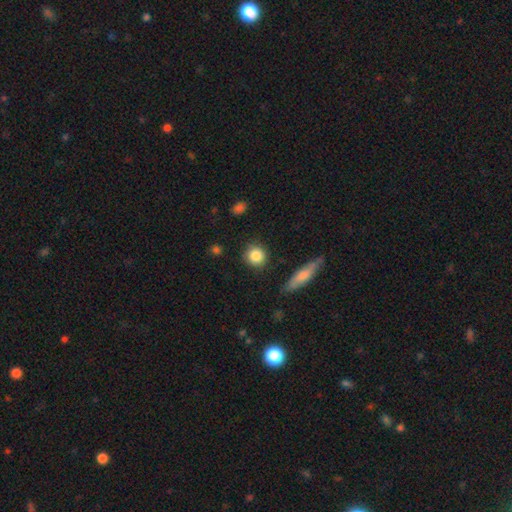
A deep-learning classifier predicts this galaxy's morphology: Q: Smooth or featured?
A: smooth (84%); runner-up: star or artifact (8%)
Q: How rounded?
A: round (88%); runner-up: in between (10%)
Q: Merging?
A: none (85%); runner-up: minor disturbance (10%)